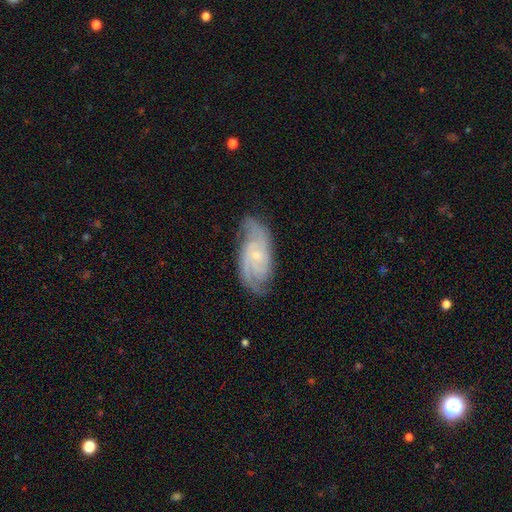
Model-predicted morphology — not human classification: This appears to be a featured or disk galaxy (84%) with no bar (62%), 2 (46%) tight (47%) spiral arms (97%) and a small central bulge (77%). Merging: none (75%).